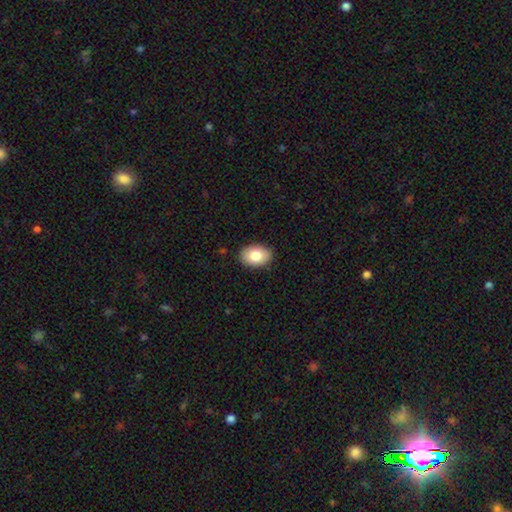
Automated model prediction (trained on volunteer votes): A smooth galaxy with no disk features (81%) that is in between round and cigar-shaped (85%). Merging: none (89%).